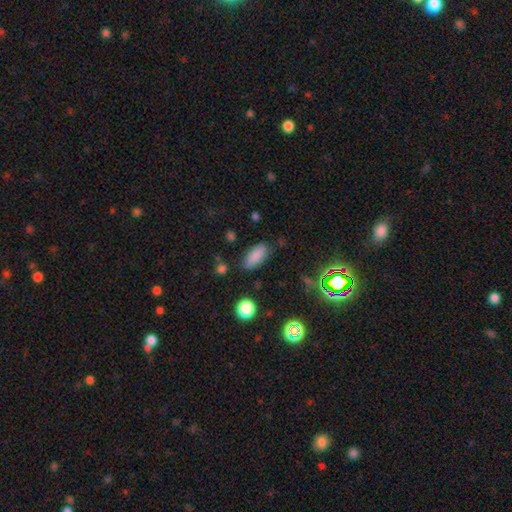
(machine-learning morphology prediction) Smooth or featured?
  - smooth: 84% *
  - star or artifact: 10%
  - featured or disk: 6%
How rounded?
  - in between: 86% *
  - cigar-shaped: 11%
  - round: 3%
Merging?
  - none: 82% *
  - minor disturbance: 13%
  - major disturbance: 3%
  - merger: 2%